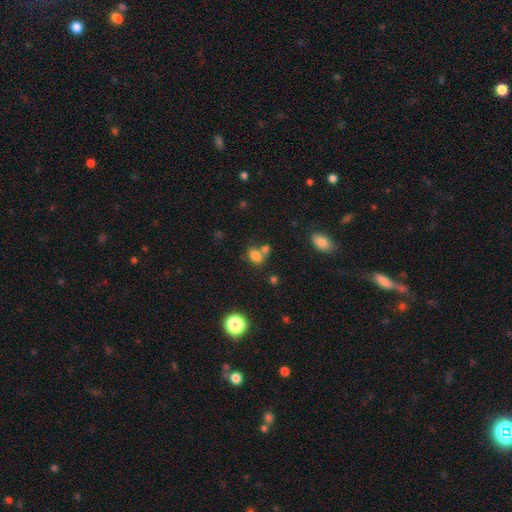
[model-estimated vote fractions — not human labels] Q: Smooth or featured?
A: smooth (78%); runner-up: star or artifact (14%)
Q: How rounded?
A: in between (74%); runner-up: round (24%)
Q: Merging?
A: none (47%); runner-up: merger (36%)